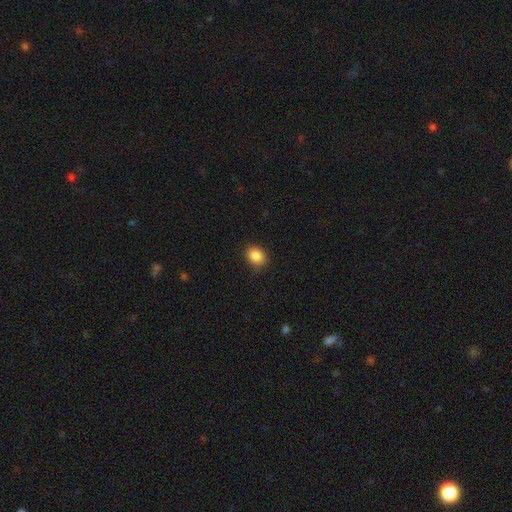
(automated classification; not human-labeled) Smooth or featured?
  - smooth: 87% *
  - star or artifact: 9%
  - featured or disk: 4%
How rounded?
  - in between: 55% *
  - round: 44%
  - cigar-shaped: 1%
Merging?
  - none: 83% *
  - minor disturbance: 13%
  - major disturbance: 3%
  - merger: 1%